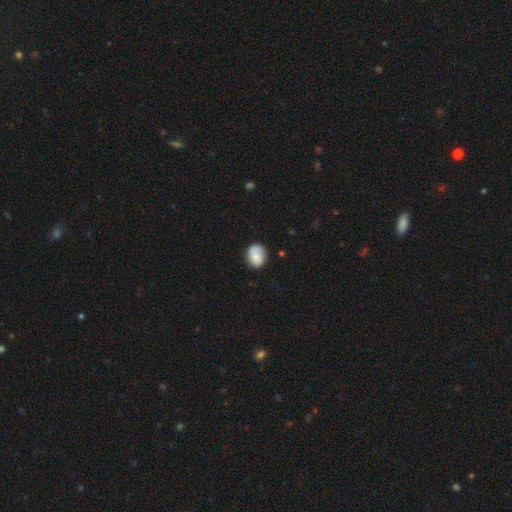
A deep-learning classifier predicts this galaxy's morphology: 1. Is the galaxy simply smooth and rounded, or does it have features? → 73% smooth, 20% featured or disk, 7% star or artifact.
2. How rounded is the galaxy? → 52% in between, 47% round, 1% cigar-shaped.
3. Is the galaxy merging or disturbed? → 69% none, 22% minor disturbance, 5% major disturbance, 4% merger.